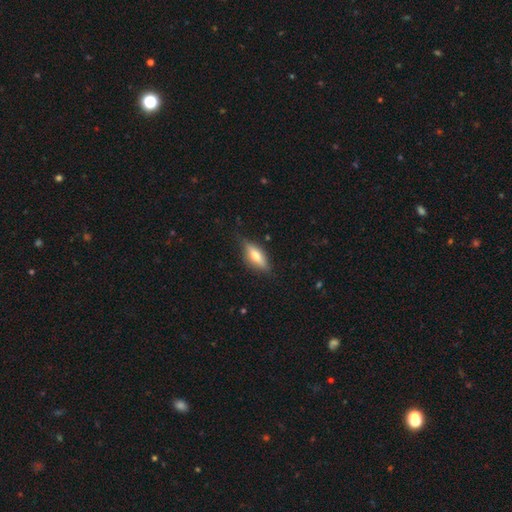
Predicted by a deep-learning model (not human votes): Morphology: type=smooth (56%); roundness=in between (60%); merging=none (76%).